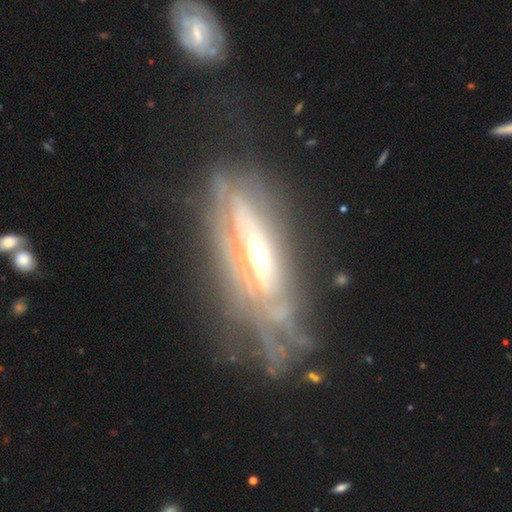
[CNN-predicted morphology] This is clearly a featured or disk galaxy (84%). It is likely not viewed edge-on (66%). Bar: possibly no (56%). Spiral arm pattern: likely yes (68%). Central bulge: possibly moderate (60%). Merging: possibly none (45%).